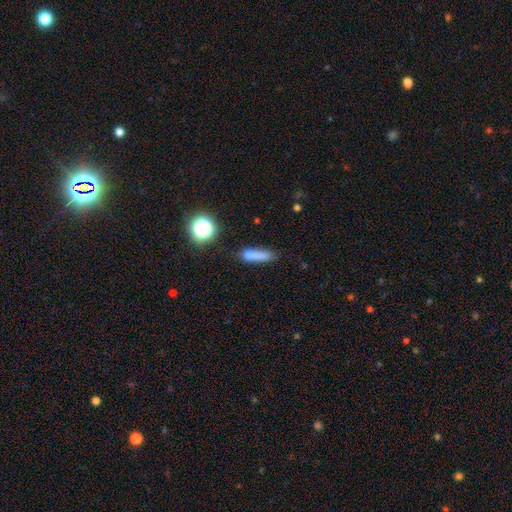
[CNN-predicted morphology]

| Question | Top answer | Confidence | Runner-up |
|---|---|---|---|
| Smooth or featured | smooth | 68% | star or artifact (17%) |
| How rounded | cigar-shaped | 74% | in between (17%) |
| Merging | none | 64% | minor disturbance (19%) |